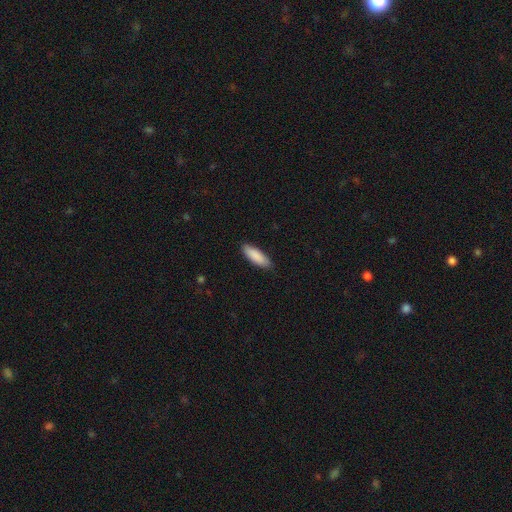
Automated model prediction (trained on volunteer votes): Smooth or featured? Predicted: smooth (p=0.89). How rounded? Predicted: in between (p=0.59). Merging? Predicted: none (p=0.86).